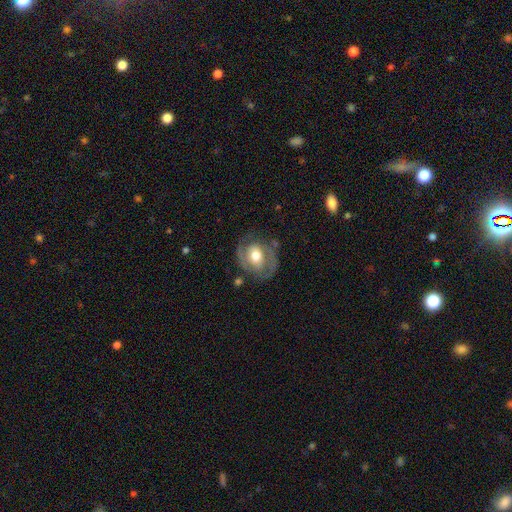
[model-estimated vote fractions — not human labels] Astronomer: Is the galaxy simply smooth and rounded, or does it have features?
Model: featured or disk — 73%.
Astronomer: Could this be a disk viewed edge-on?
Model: no — 97%.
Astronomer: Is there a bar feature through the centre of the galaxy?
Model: no — 53% (runner-up: weak, 33%).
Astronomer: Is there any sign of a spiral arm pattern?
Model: yes — 82%.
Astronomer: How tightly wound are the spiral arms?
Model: medium — 47% (runner-up: tight, 37%).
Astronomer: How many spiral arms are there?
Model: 2 — 82%.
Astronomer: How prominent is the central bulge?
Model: moderate — 68%.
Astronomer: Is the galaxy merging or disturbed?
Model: none — 69%.